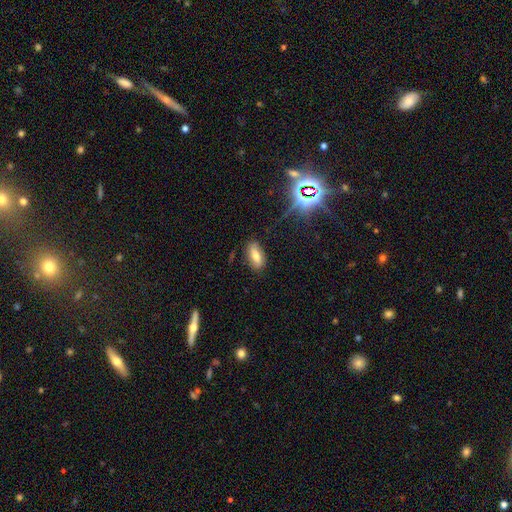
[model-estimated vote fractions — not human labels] smooth 67%, featured or disk 22%, star or artifact 11%. Down the decision tree: how rounded — in between (84%); merging — none (81%).